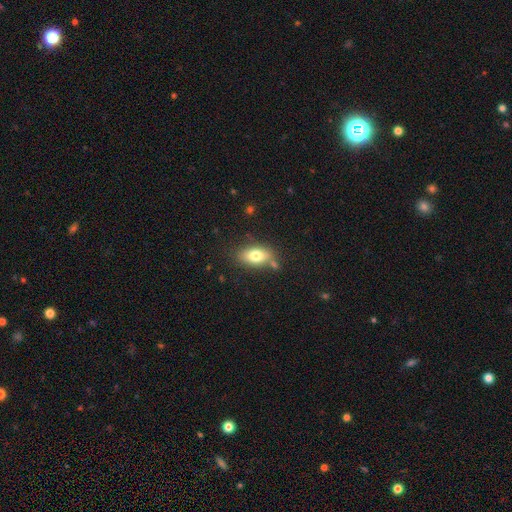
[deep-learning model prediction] smooth-or-featured: smooth: 76% | featured or disk: 16% | star or artifact: 8%
  how-rounded: in between: 87% | round: 8% | cigar-shaped: 5%
  merging: none: 73% | minor disturbance: 15% | merger: 8% | major disturbance: 4%